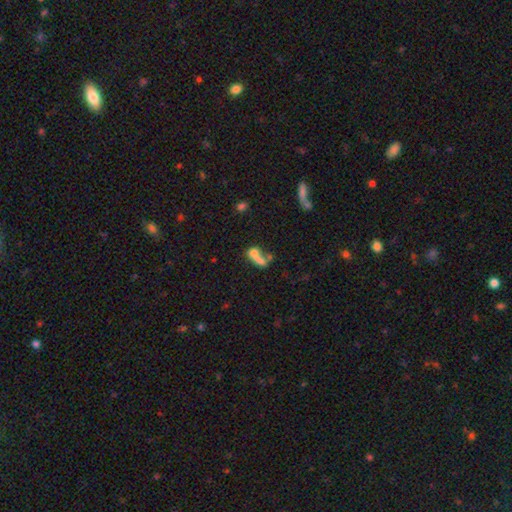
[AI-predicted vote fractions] This appears to be a smooth galaxy with no disk features (61%) that is in between round and cigar-shaped (50%). Merging: merger (49%).